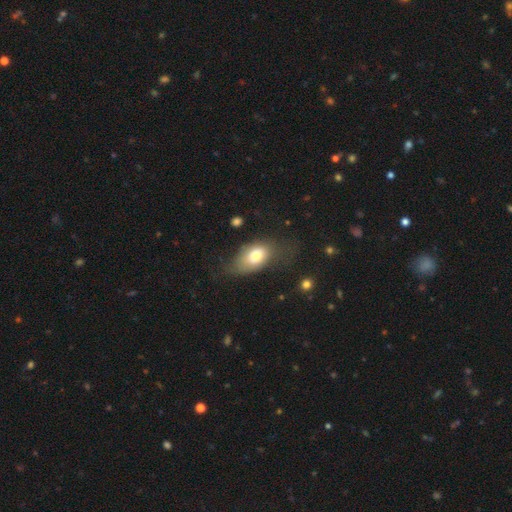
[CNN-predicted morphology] smooth_or_featured: smooth (p=0.72) [alt: featured or disk p=0.21]
how_rounded: in between (p=0.88) [alt: round p=0.08]
merging: none (p=0.44) [alt: minor disturbance p=0.30]